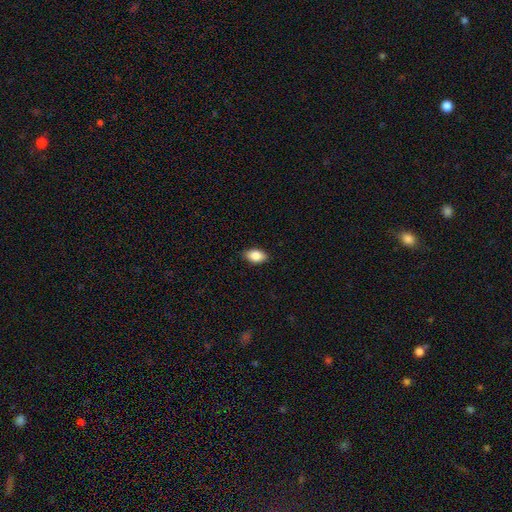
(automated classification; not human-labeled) Q: Smooth or featured?
A: smooth (86%); runner-up: star or artifact (7%)
Q: How rounded?
A: in between (89%); runner-up: round (9%)
Q: Merging?
A: none (87%); runner-up: minor disturbance (10%)